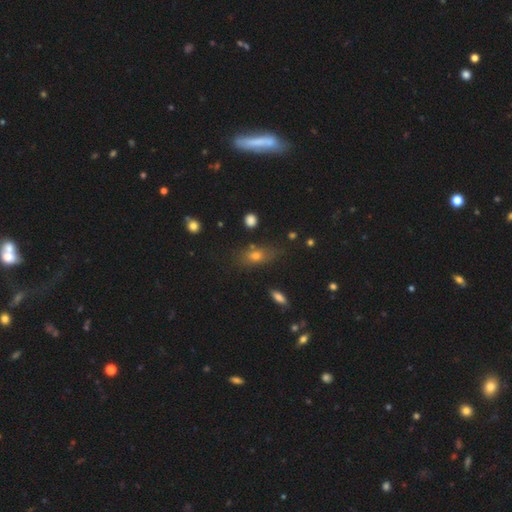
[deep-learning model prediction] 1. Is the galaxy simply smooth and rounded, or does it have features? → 64% smooth, 18% featured or disk, 18% star or artifact.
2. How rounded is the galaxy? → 68% in between, 17% round, 15% cigar-shaped.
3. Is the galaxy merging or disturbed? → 69% none, 19% minor disturbance, 6% major disturbance, 6% merger.